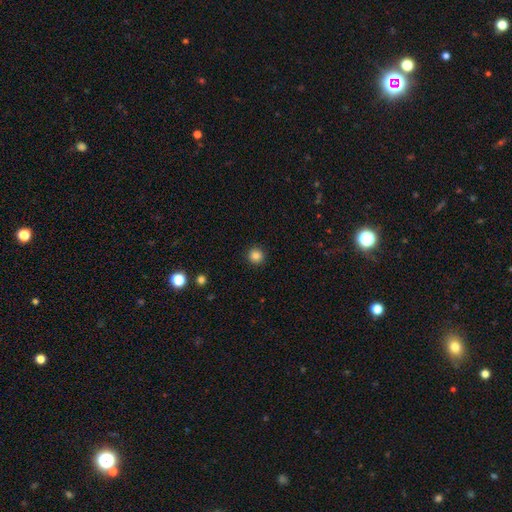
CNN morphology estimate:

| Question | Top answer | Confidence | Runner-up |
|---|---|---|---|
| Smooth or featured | smooth | 83% | star or artifact (11%) |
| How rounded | round | 95% | in between (4%) |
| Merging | none | 92% | minor disturbance (5%) |